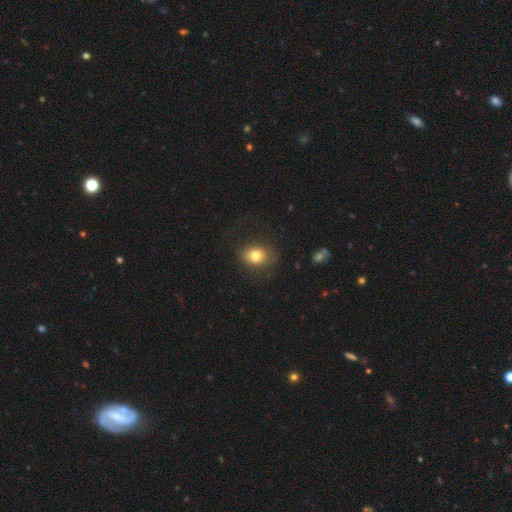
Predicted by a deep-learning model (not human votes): Q: Smooth or featured?
A: smooth (79%); runner-up: featured or disk (11%)
Q: How rounded?
A: in between (53%); runner-up: round (45%)
Q: Merging?
A: none (78%); runner-up: minor disturbance (14%)